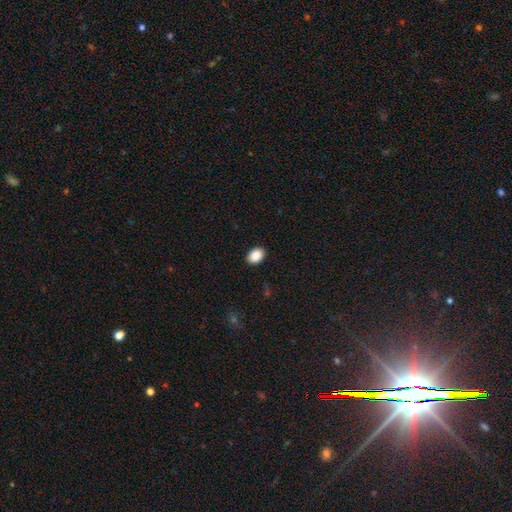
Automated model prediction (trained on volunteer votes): This appears to be a smooth galaxy with no disk features (90%) that is in between round and cigar-shaped (77%). Merging: none (90%).